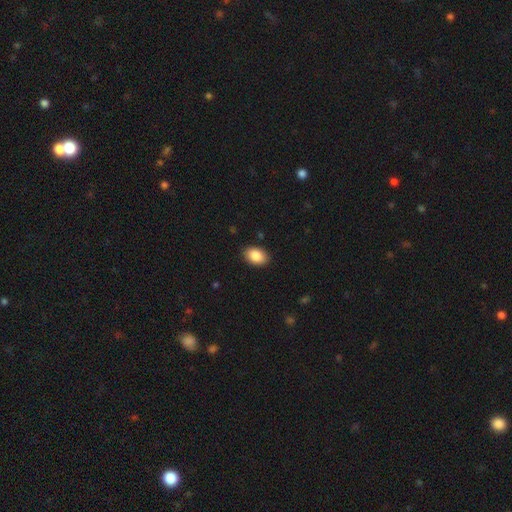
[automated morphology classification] type=smooth (88%); roundness=in between (88%); merging=none (89%).